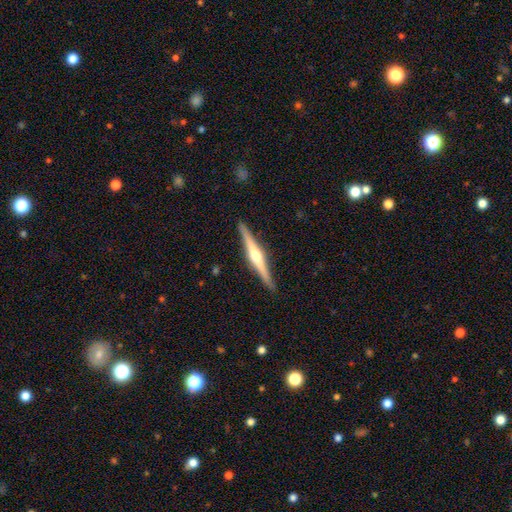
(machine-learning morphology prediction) Smooth or featured? featured or disk (78%)
Edge-on disk? yes (98%)
Edge-on bulge? rounded (91%)
Merging? none (92%)